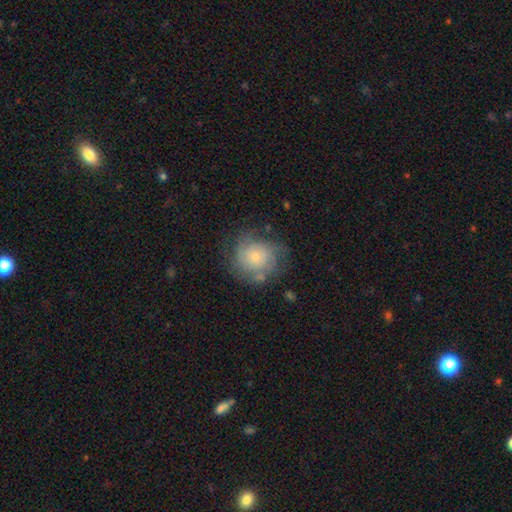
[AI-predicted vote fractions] This appears to be a smooth galaxy with no disk features (46%). Merging: none (61%).